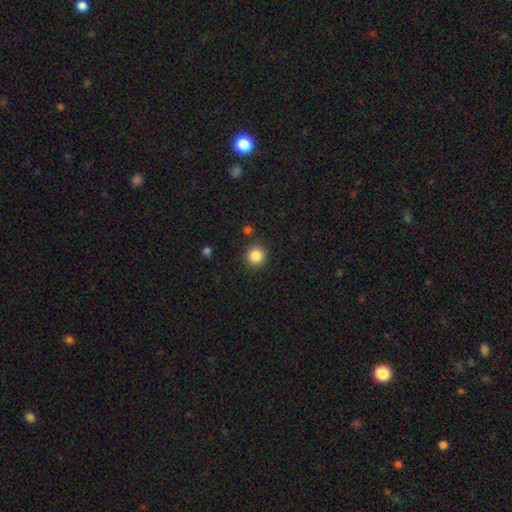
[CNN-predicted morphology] This appears to be a smooth galaxy with no disk features (85%) that is round (94%). Merging: none (89%).